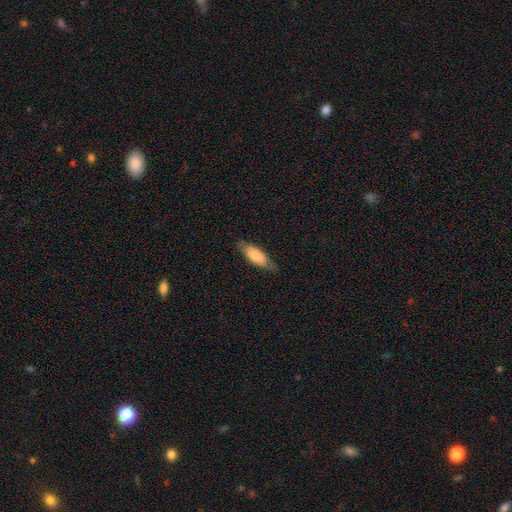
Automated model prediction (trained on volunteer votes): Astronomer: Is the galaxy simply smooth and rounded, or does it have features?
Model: smooth — 72%.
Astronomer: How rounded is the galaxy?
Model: in between — 65%.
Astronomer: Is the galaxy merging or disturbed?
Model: none — 79%.